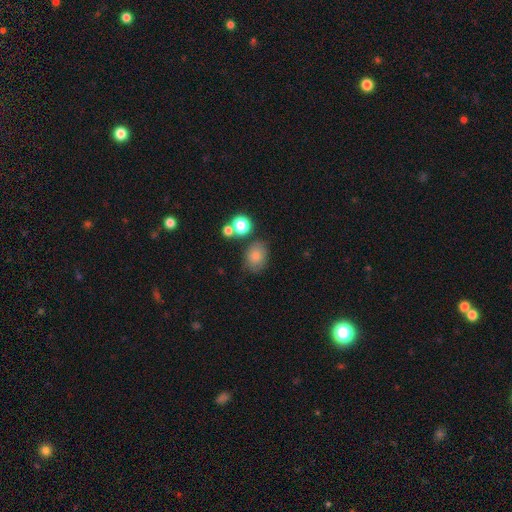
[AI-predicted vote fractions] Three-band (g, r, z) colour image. It shows a smooth galaxy with no disk features (78%) that is in between round and cigar-shaped (57%). Merging: none (67%).